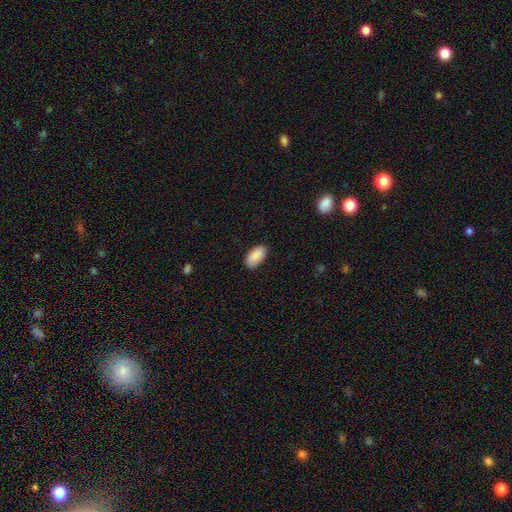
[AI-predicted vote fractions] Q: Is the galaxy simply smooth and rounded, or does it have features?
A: smooth — 90%.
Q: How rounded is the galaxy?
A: in between — 95%.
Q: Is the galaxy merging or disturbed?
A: none — 85%.